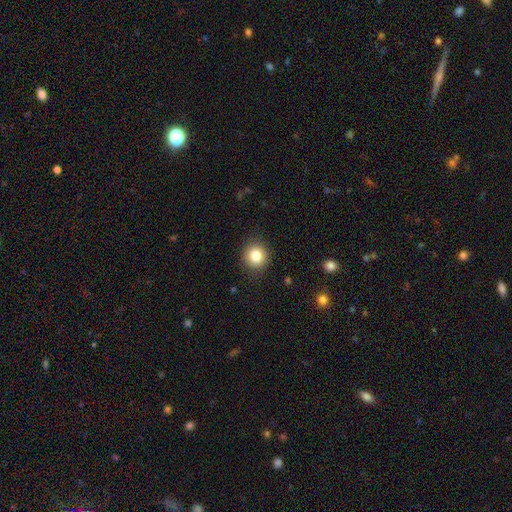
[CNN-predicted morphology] This appears to be a smooth galaxy with no disk features (83%) that is round (89%). Merging: none (89%).